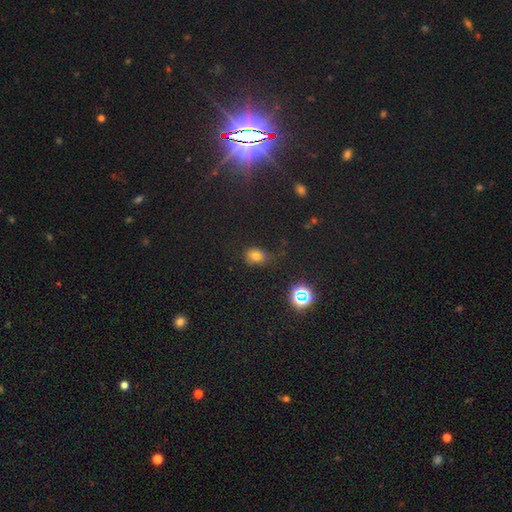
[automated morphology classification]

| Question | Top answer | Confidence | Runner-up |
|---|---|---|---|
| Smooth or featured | smooth | 72% | star or artifact (21%) |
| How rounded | round | 50% | in between (48%) |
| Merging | none | 62% | minor disturbance (24%) |